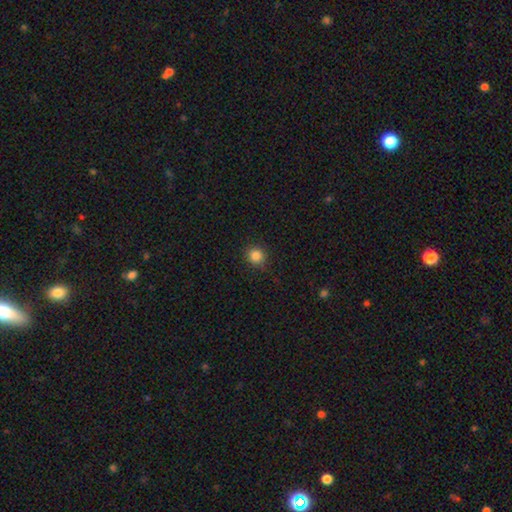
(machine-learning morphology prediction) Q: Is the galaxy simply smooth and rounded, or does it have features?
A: smooth — 84%.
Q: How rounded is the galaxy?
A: round — 90%.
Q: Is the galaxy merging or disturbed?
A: none — 87%.